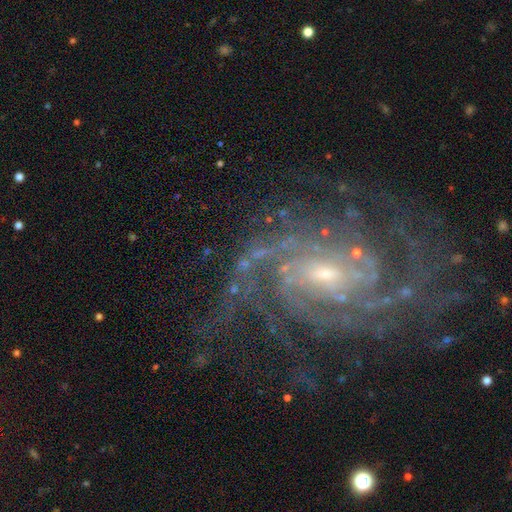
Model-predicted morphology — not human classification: This is clearly a featured or disk galaxy (91%). It is clearly not viewed edge-on (98%). Bar: possibly weak (45%). Spiral arm pattern: clearly yes (98%). Spiral arm count: marginally 2 (22%). Spiral winding: possibly tight (55%). Central bulge: likely small (61%). Merging: likely none (71%).